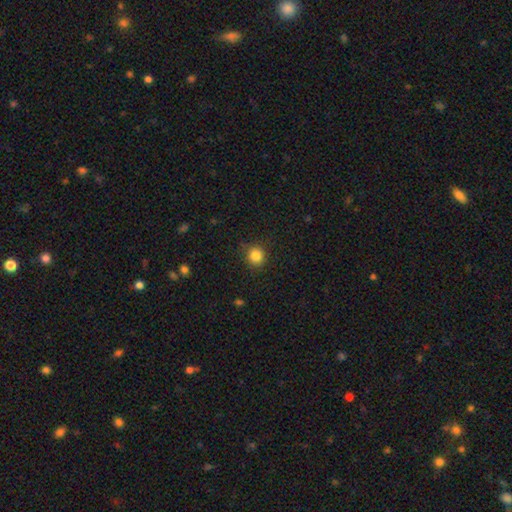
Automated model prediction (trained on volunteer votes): smooth-or-featured: smooth: 84% | star or artifact: 11% | featured or disk: 5%
  how-rounded: round: 91% | in between: 8% | cigar-shaped: 1%
  merging: none: 87% | minor disturbance: 9% | major disturbance: 3% | merger: 1%